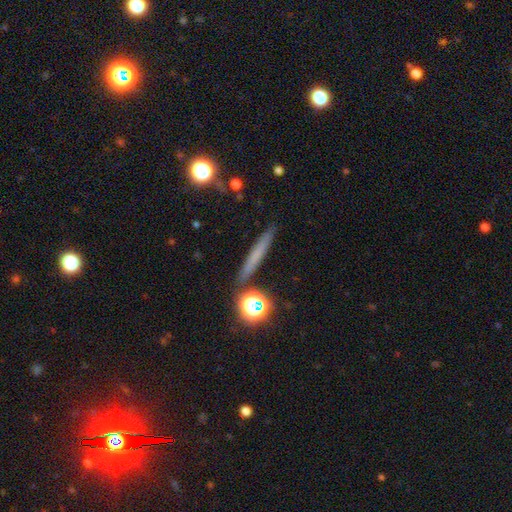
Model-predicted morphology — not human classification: Smooth or featured? smooth (54%)
How rounded? cigar-shaped (86%)
Merging? none (86%)